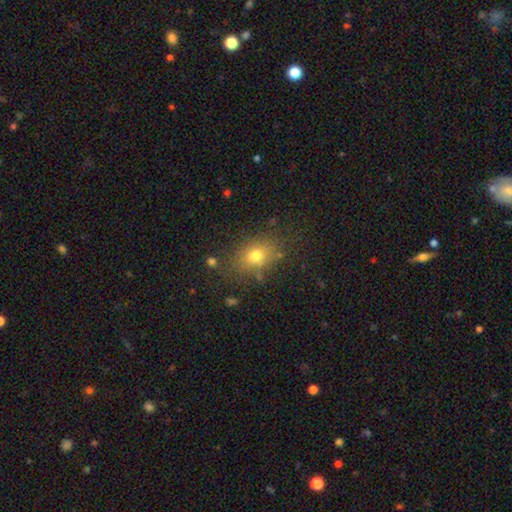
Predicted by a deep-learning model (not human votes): A smooth galaxy with no disk features (74%) that is in between round and cigar-shaped (65%).

Vote fractions:
- Smooth or featured? smooth: 74% / star or artifact: 14% / featured or disk: 12%
- How rounded? in between: 65% / round: 34% / cigar-shaped: 2%
- Merging? none: 76% / minor disturbance: 15% / major disturbance: 6% / merger: 3%